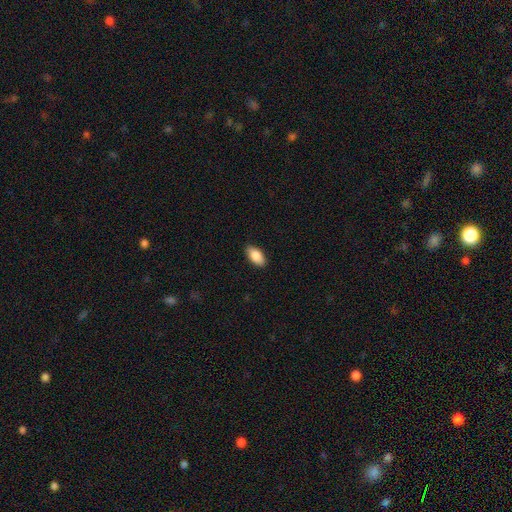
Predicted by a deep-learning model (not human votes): Smooth or featured? smooth (88%)
How rounded? in between (93%)
Merging? none (88%)